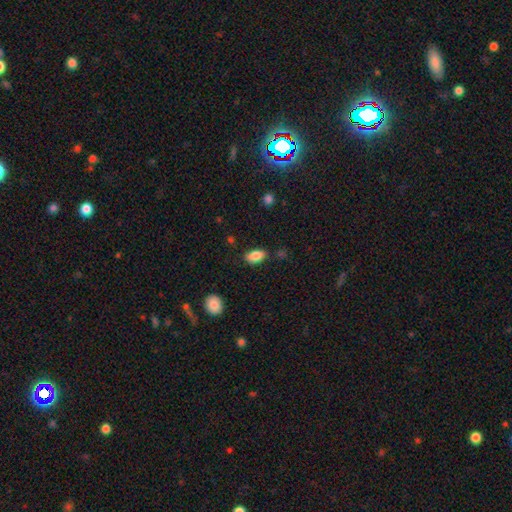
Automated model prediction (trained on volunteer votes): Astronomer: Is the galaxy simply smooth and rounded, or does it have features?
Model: smooth — 85%.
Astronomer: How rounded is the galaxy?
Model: in between — 91%.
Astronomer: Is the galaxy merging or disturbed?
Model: none — 79%.